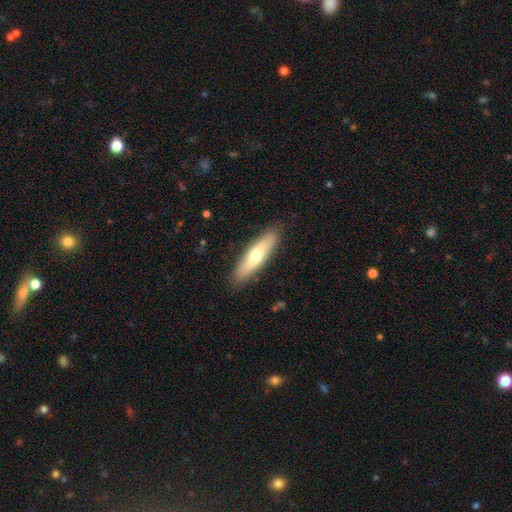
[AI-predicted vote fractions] Smooth or featured: smooth — 59% (featured or disk — 36%)
How rounded: cigar-shaped — 65% (in between — 33%)
Merging: none — 88% (minor disturbance — 9%)